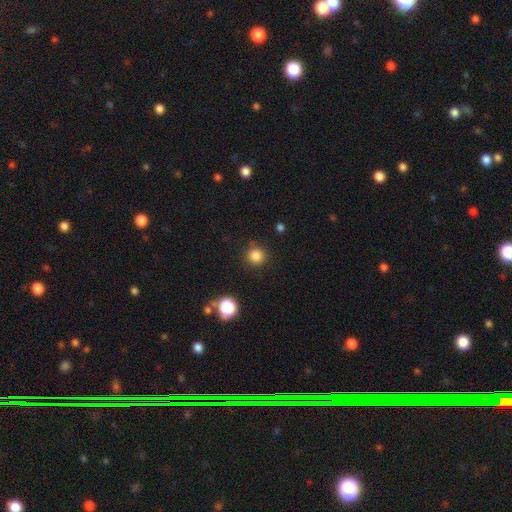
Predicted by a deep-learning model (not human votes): Smooth or featured: smooth — 83% (star or artifact — 13%)
How rounded: round — 94% (in between — 5%)
Merging: none — 88% (minor disturbance — 8%)